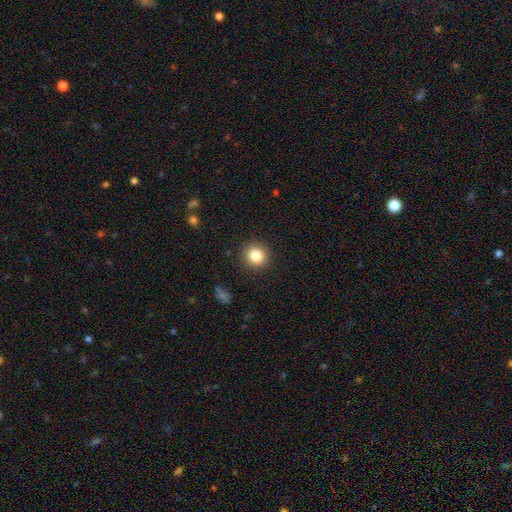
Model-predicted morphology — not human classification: smooth 83%, star or artifact 11%, featured or disk 6%. Down the decision tree: how rounded — round (92%); merging — none (90%).